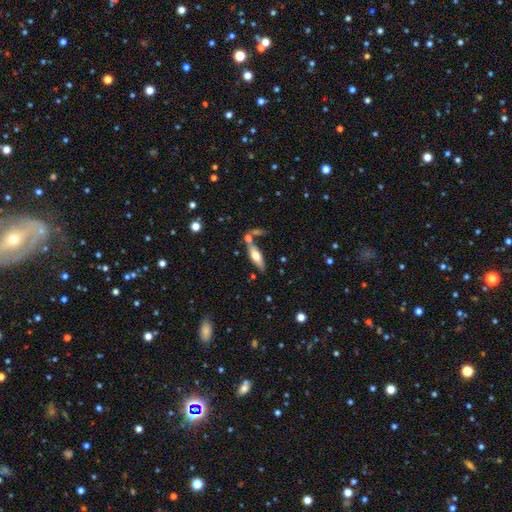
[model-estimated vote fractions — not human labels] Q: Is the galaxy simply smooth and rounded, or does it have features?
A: smooth — 54%.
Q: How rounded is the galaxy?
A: in between — 49%.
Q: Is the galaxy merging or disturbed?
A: none — 63%.